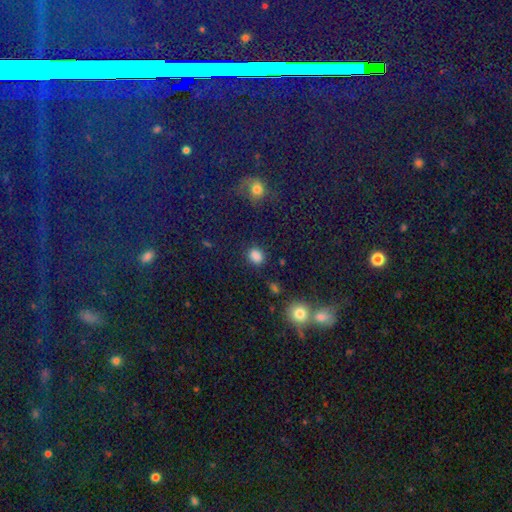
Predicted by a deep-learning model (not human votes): This appears to be a smooth galaxy with no disk features (82%) that is round (54%). Merging: none (80%).